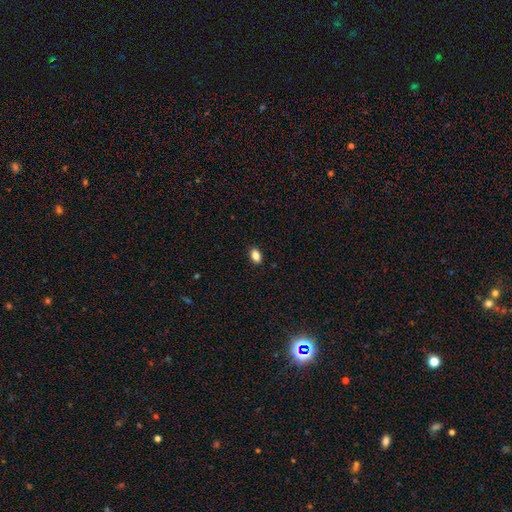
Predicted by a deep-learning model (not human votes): A smooth galaxy with no disk features (86%) that is in between round and cigar-shaped (86%). Merging: none (90%).